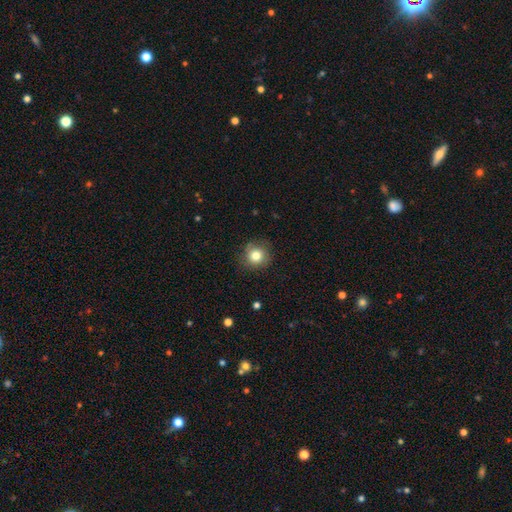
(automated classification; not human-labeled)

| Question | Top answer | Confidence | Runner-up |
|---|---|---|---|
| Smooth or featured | smooth | 81% | star or artifact (10%) |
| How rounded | round | 90% | in between (9%) |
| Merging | none | 82% | minor disturbance (13%) |